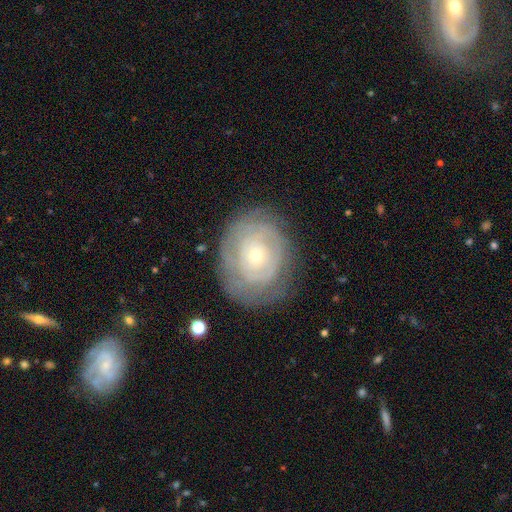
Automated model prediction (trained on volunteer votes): The model was most divided on "spiral arms": yes: 72%, no: 28%. More confident: edge-on disk — no (96%); bar — no (84%); merging — none (74%); bulge size — small (73%); smooth or featured — featured or disk (69%).